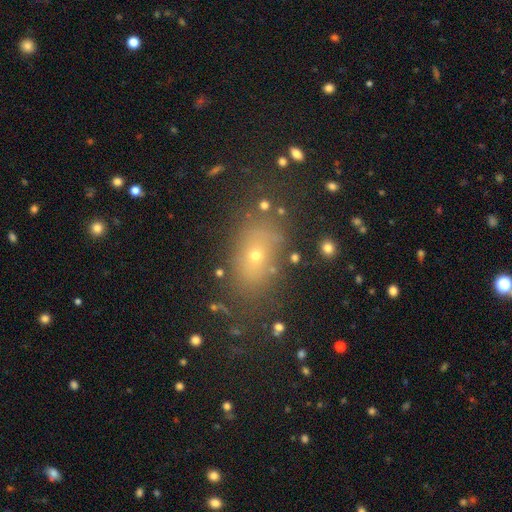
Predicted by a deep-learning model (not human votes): The model was most divided on "smooth or featured": smooth: 60%, star or artifact: 25%, featured or disk: 15%. More confident: merging — none (80%); how rounded — in between (70%).